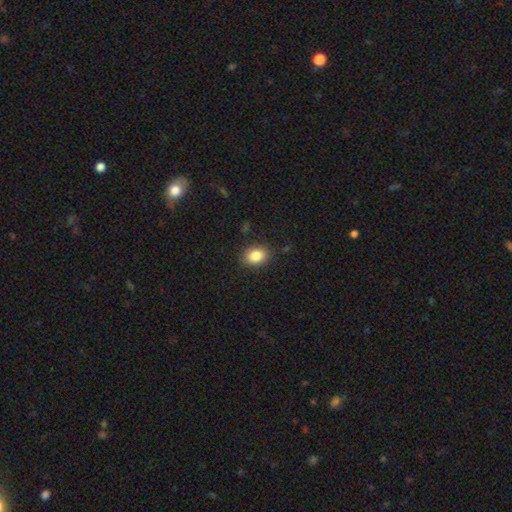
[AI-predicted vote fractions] Smooth or featured? smooth (84%)
How rounded? in between (59%)
Merging? none (85%)